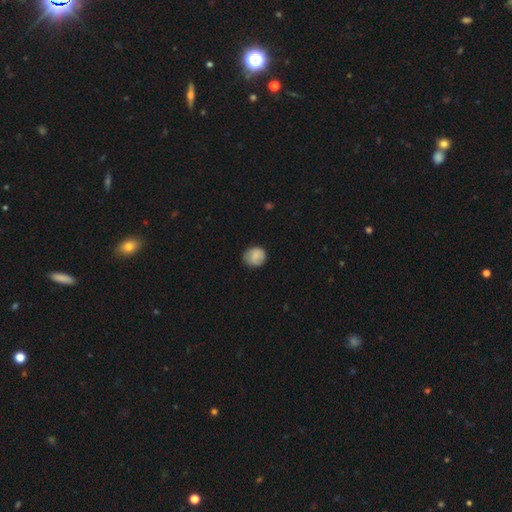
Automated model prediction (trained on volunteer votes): A smooth galaxy with no disk features (82%) that is round (79%). Merging: none (77%).